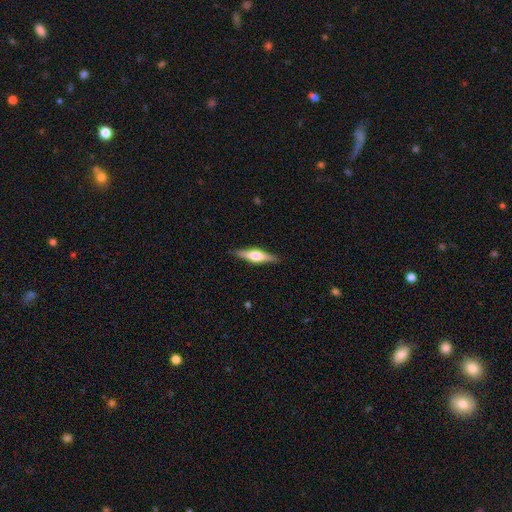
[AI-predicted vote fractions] Overall: featured or disk (65%; smooth 29%). Edge-on disk: yes (97%). Edge-on bulge: rounded (90%). Merging: none (89%).